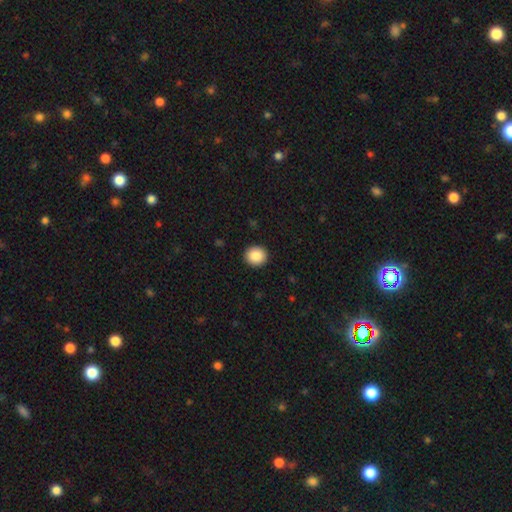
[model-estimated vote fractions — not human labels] Smooth or featured?
  - smooth: 88% *
  - star or artifact: 8%
  - featured or disk: 4%
How rounded?
  - round: 88% *
  - in between: 11%
  - cigar-shaped: 1%
Merging?
  - none: 93% *
  - minor disturbance: 5%
  - major disturbance: 2%
  - merger: 1%